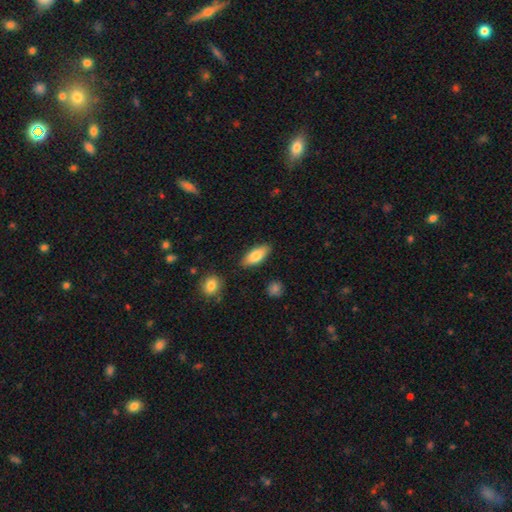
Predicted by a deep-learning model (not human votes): The model was most divided on "how rounded": in between: 78%, cigar-shaped: 19%, round: 2%. More confident: merging — none (85%); smooth or featured — smooth (80%).